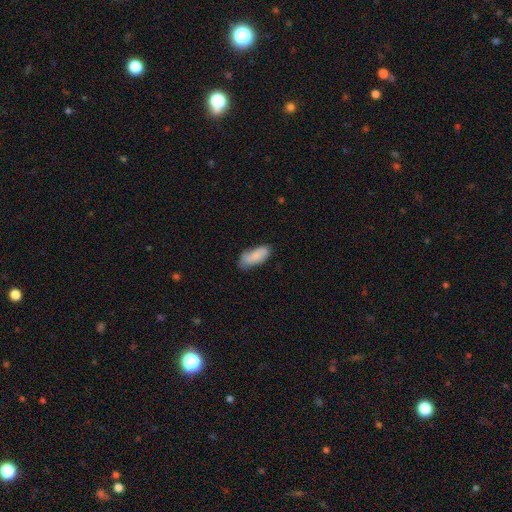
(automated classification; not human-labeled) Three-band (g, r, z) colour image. It shows a smooth galaxy with no disk features (81%) that is in between round and cigar-shaped (83%). Merging: none (62%).